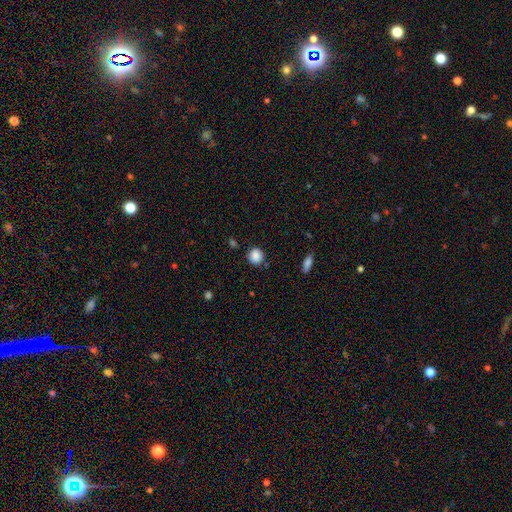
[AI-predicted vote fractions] This appears to be a smooth galaxy with no disk features (87%) that is round (89%). Merging: none (84%).